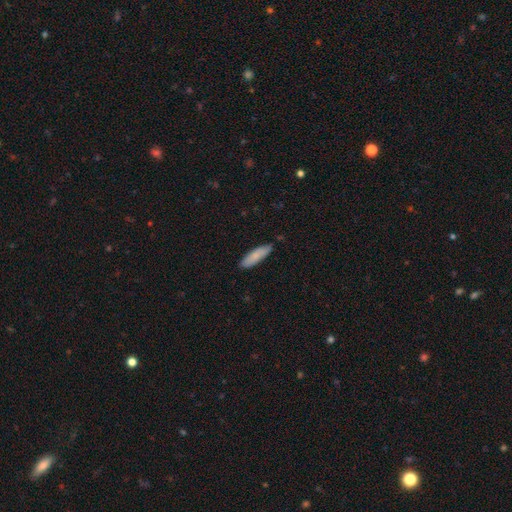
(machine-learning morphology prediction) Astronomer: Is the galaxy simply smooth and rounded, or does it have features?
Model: smooth — 82%.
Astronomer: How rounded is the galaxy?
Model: cigar-shaped — 63%.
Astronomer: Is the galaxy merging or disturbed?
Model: none — 82%.